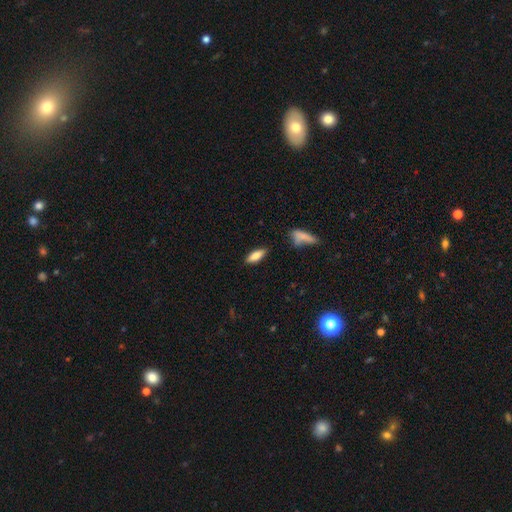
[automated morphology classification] type=smooth (76%); roundness=in between (65%); merging=none (85%).